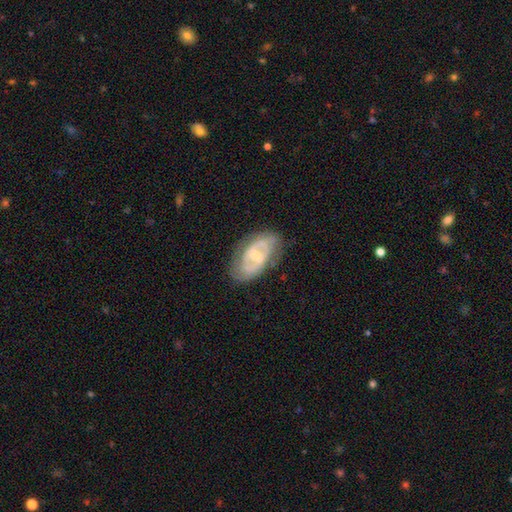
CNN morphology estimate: Smooth or featured? Predicted: featured or disk (p=0.75). Edge-on disk? Predicted: no (p=0.95). Bar? Predicted: weak (p=0.50). Spiral arms? Predicted: yes (p=0.81). Spiral winding? Predicted: medium (p=0.46). Spiral arm count? Predicted: 2 (p=0.71). Bulge size? Predicted: small (p=0.57). Merging? Predicted: none (p=0.72).